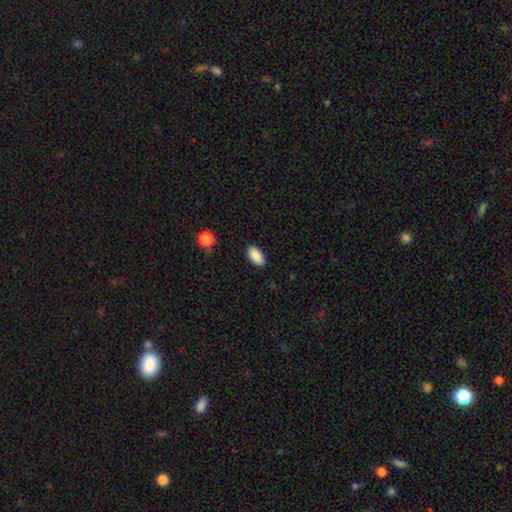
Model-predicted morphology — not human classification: Smooth or featured: smooth — 89% (star or artifact — 8%)
How rounded: in between — 94% (round — 3%)
Merging: none — 87% (minor disturbance — 10%)